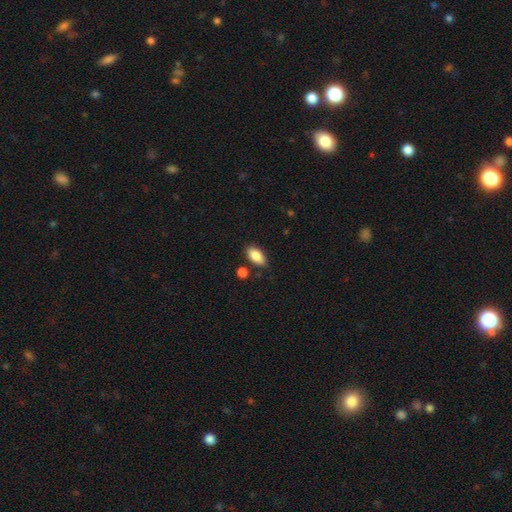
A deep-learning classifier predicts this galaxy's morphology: smooth_or_featured: smooth (p=0.87) [alt: star or artifact p=0.07]
how_rounded: in between (p=0.92) [alt: cigar-shaped p=0.04]
merging: none (p=0.80) [alt: minor disturbance p=0.12]